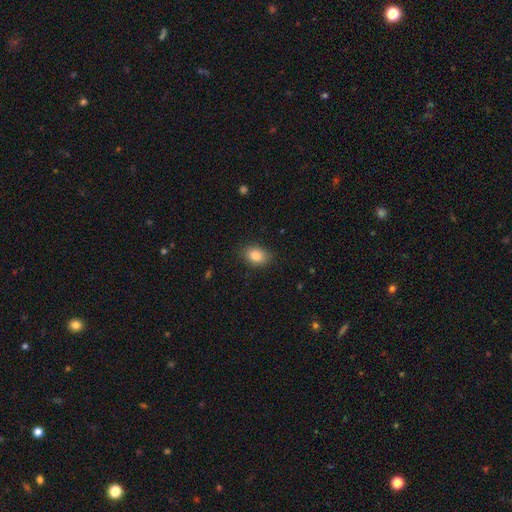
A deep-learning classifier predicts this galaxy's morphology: A smooth galaxy with no disk features (84%) that is in between round and cigar-shaped (76%).

Vote fractions:
- Smooth or featured? smooth: 84% / star or artifact: 9% / featured or disk: 7%
- How rounded? in between: 76% / round: 23% / cigar-shaped: 1%
- Merging? none: 85% / minor disturbance: 12% / major disturbance: 3% / merger: 1%